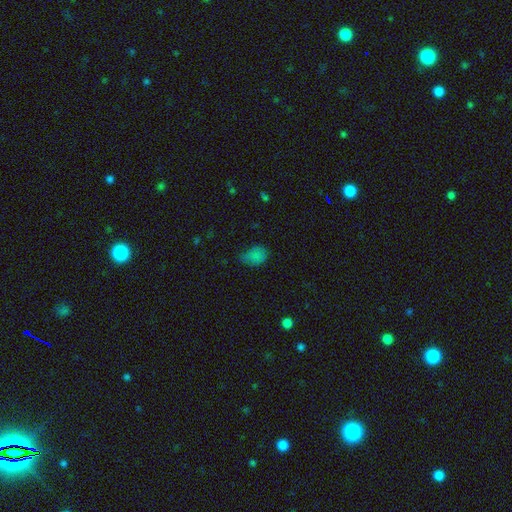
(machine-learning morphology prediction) Overall: smooth (76%). How rounded: in between (79%). Merging: none (47%; minor disturbance 37%).